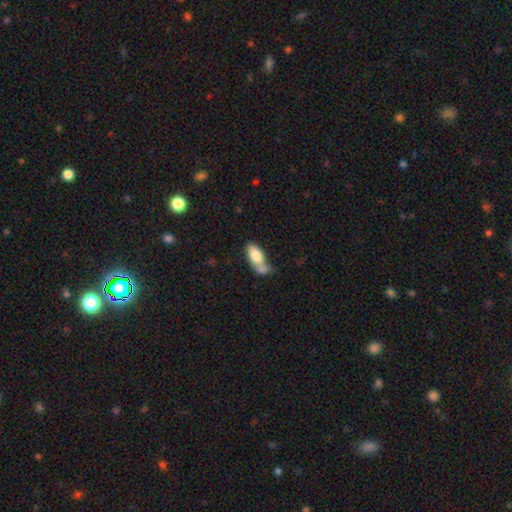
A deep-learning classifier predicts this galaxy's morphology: smooth-or-featured: smooth: 73% | featured or disk: 20% | star or artifact: 7%
  how-rounded: in between: 86% | cigar-shaped: 10% | round: 4%
  merging: merger: 39% | none: 29% | minor disturbance: 21% | major disturbance: 11%